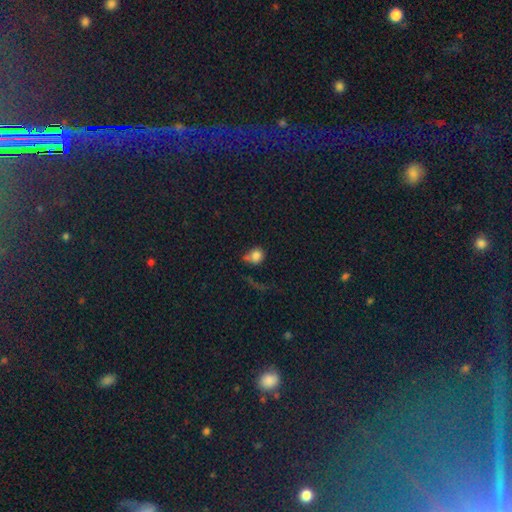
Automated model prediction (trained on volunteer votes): smooth 76%, star or artifact 15%, featured or disk 9%. Down the decision tree: how rounded — round (70%); merging — none (40%).